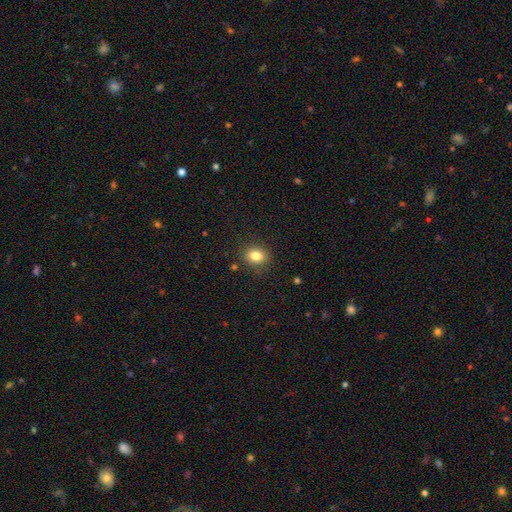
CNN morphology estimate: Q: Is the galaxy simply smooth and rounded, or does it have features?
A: smooth — 82%.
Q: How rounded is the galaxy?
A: round — 53%.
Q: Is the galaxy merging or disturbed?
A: none — 87%.